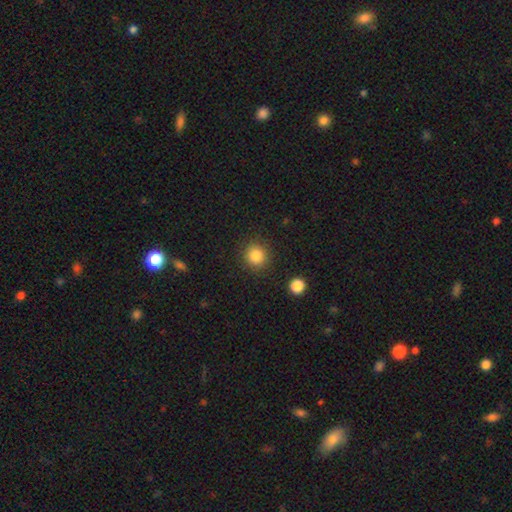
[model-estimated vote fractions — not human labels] This appears to be a smooth galaxy with no disk features (84%) that is round (91%). Merging: none (89%).